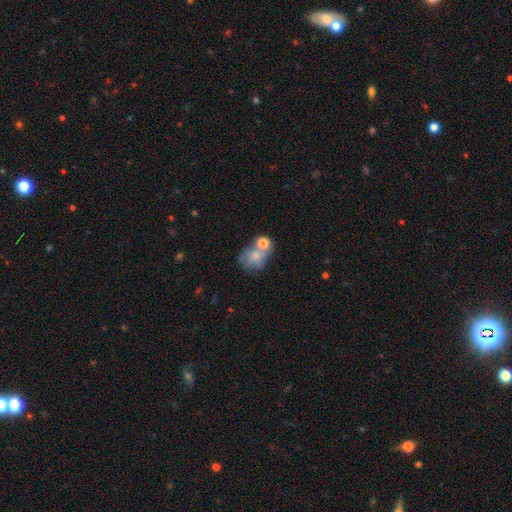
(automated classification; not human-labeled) Overall: smooth (70%). How rounded: round (50%; in between 49%). Merging: merger (42%; none 34%).